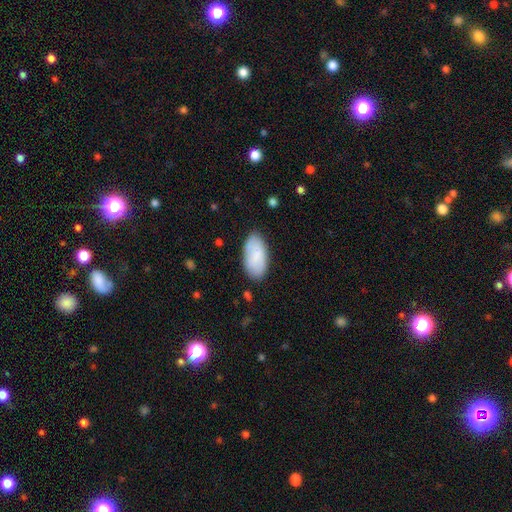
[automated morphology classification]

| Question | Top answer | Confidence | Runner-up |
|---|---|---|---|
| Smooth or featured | smooth | 80% | featured or disk (14%) |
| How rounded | in between | 95% | cigar-shaped (2%) |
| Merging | none | 80% | minor disturbance (15%) |